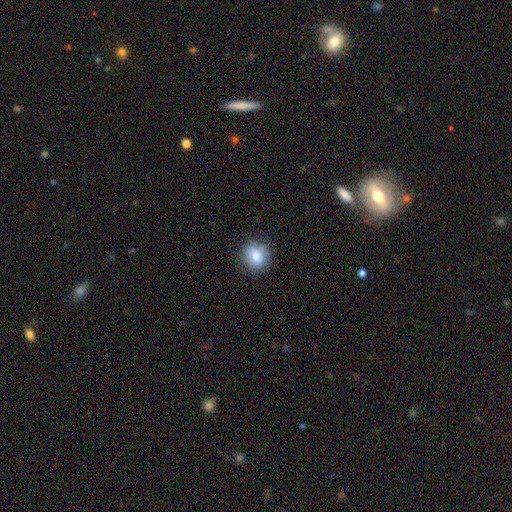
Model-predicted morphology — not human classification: A smooth galaxy with no disk features (82%) that is round (81%). Merging: none (82%).